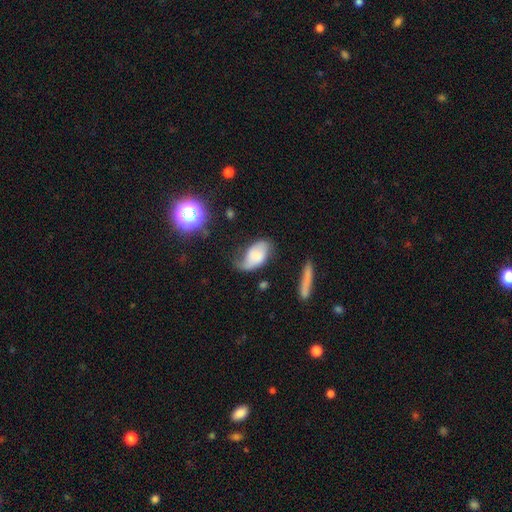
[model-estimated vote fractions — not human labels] This is possibly a smooth galaxy (53%). How rounded: clearly in between (92%). Merging: marginally minor disturbance (38%).